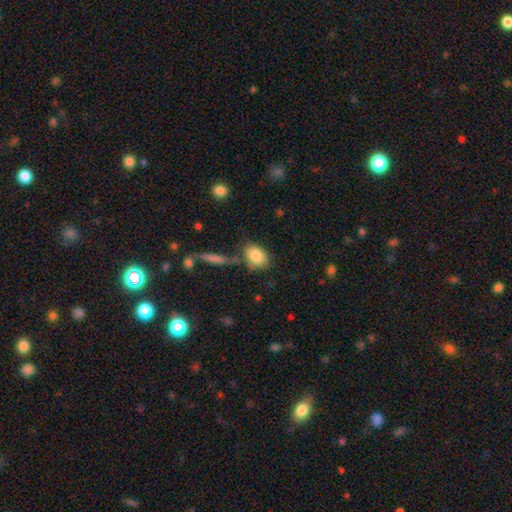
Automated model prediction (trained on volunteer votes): smooth_or_featured: smooth (p=0.85) [alt: featured or disk p=0.08]
how_rounded: in between (p=0.75) [alt: round p=0.23]
merging: none (p=0.61) [alt: minor disturbance p=0.17]